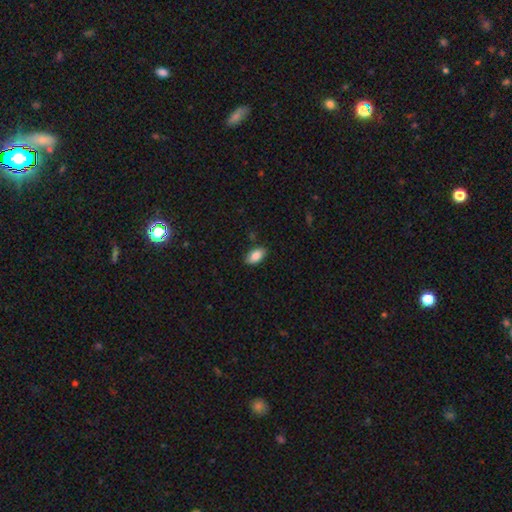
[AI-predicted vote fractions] Q: Smooth or featured?
A: smooth (86%); runner-up: featured or disk (7%)
Q: How rounded?
A: in between (93%); runner-up: round (4%)
Q: Merging?
A: none (84%); runner-up: minor disturbance (12%)